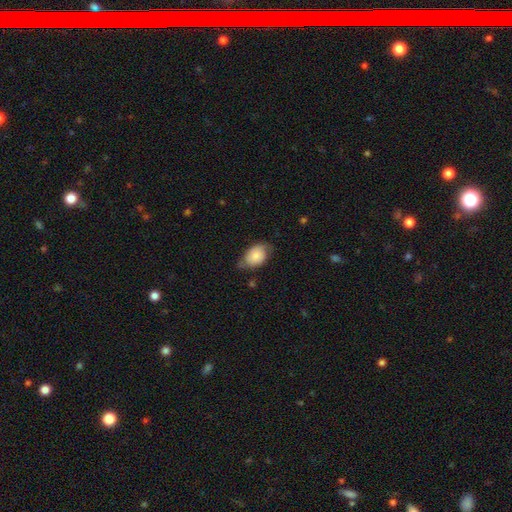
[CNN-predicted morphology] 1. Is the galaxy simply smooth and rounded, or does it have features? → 73% smooth, 19% featured or disk, 8% star or artifact.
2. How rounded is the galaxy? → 79% in between, 19% round, 1% cigar-shaped.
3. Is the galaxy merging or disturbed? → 53% none, 35% minor disturbance, 10% major disturbance, 2% merger.